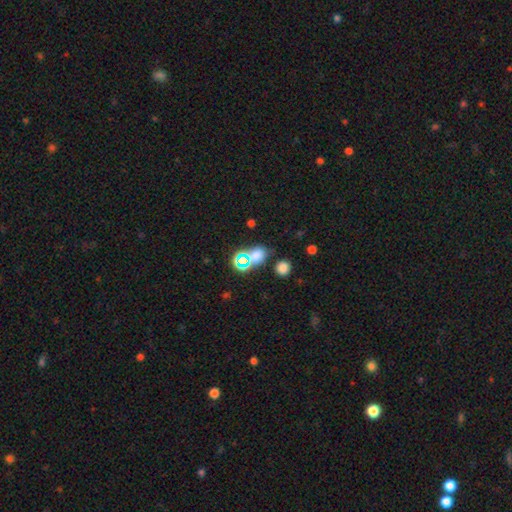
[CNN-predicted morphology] The model was most divided on "how rounded": in between: 52%, round: 46%, cigar-shaped: 2%. More confident: merging — none (64%); smooth or featured — smooth (57%).